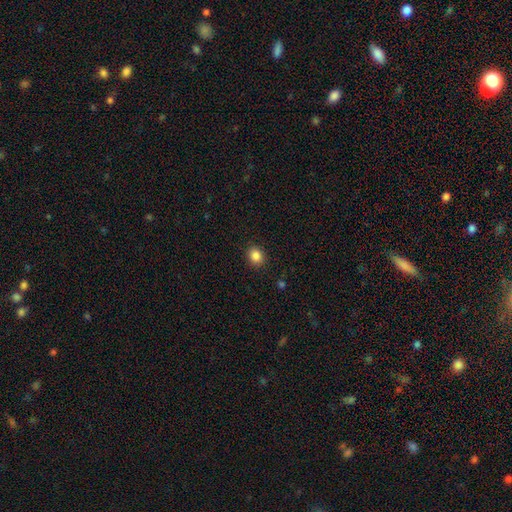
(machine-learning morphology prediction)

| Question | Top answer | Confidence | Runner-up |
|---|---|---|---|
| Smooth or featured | smooth | 86% | star or artifact (10%) |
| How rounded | round | 65% | in between (34%) |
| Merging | none | 90% | minor disturbance (7%) |